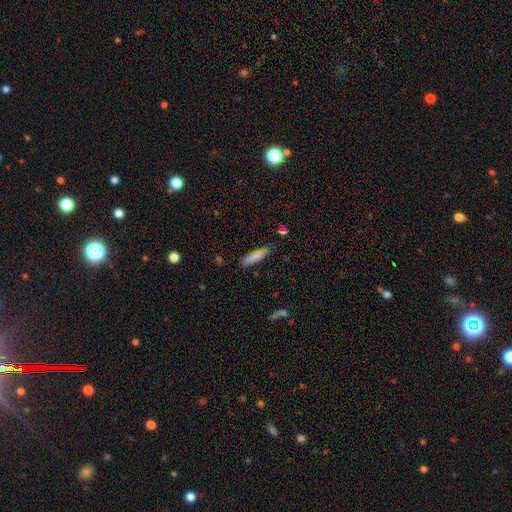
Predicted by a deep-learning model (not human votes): Overall: smooth (81%). How rounded: cigar-shaped (74%). Merging: none (82%).